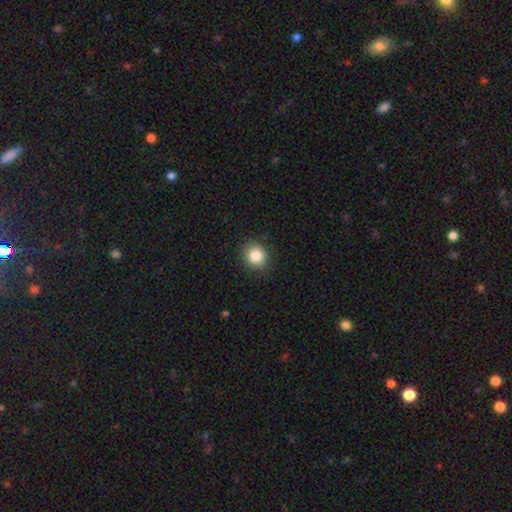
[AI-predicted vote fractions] smooth 85%, star or artifact 10%, featured or disk 5%. Down the decision tree: how rounded — round (82%); merging — none (89%).